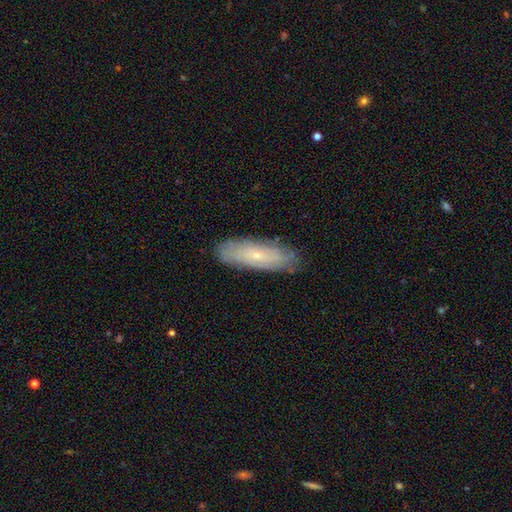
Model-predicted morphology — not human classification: The model was most divided on "smooth or featured": smooth: 47%, featured or disk: 46%, star or artifact: 7%. More confident: merging — none (83%).